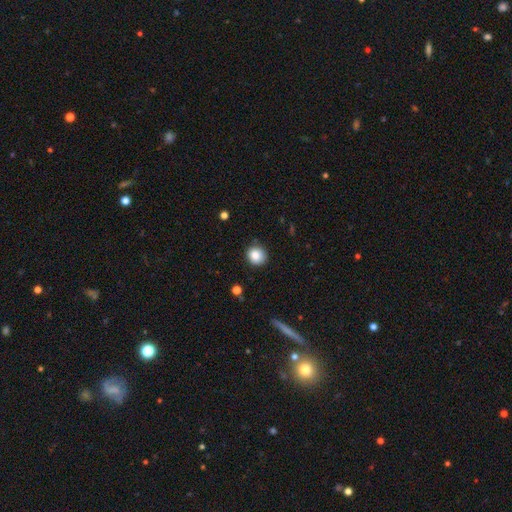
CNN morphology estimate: Smooth or featured?
  - smooth: 85% *
  - star or artifact: 10%
  - featured or disk: 5%
How rounded?
  - round: 88% *
  - in between: 11%
  - cigar-shaped: 1%
Merging?
  - none: 86% *
  - minor disturbance: 10%
  - major disturbance: 2%
  - merger: 2%